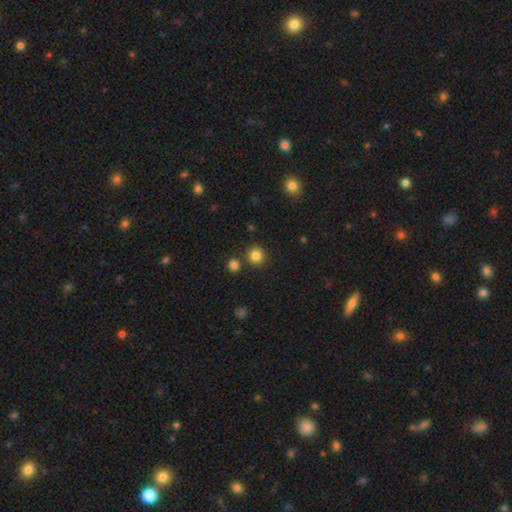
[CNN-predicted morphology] smooth_or_featured: smooth (p=0.84) [alt: star or artifact p=0.12]
how_rounded: round (p=0.92) [alt: in between p=0.07]
merging: none (p=0.85) [alt: merger p=0.06]